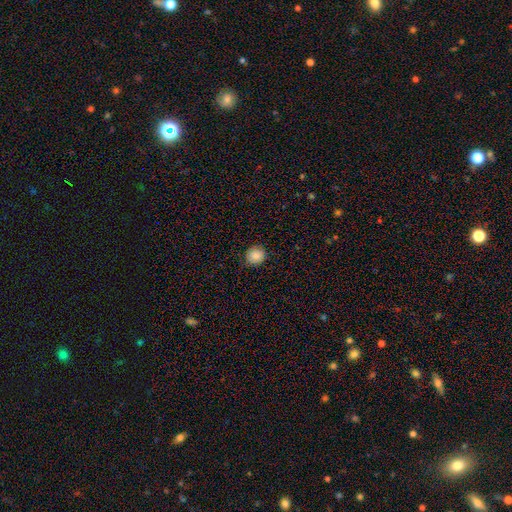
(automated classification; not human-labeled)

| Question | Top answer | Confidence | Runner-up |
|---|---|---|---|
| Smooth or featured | smooth | 86% | star or artifact (9%) |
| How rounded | round | 85% | in between (14%) |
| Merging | none | 84% | minor disturbance (12%) |